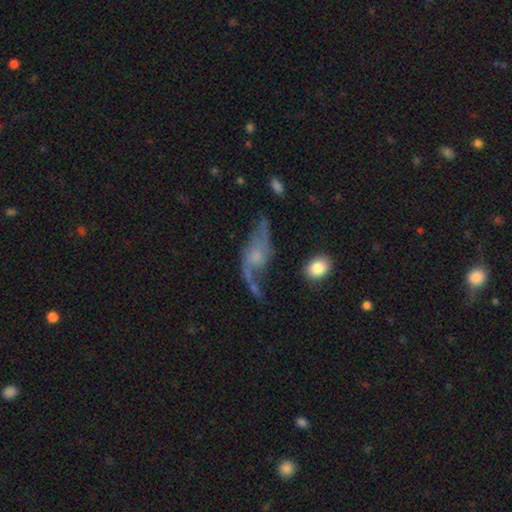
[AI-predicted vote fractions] Smooth or featured: featured or disk — 73% (smooth — 17%)
Edge-on disk: no — 87% (yes — 13%)
Bar: no — 70% (weak — 25%)
Spiral arms: yes — 82% (no — 18%)
Spiral winding: loose — 85% (medium — 11%)
Spiral arm count: 2 — 82% (1 — 9%)
Bulge size: small — 46% (moderate — 24%)
Merging: none — 42% (major disturbance — 27%)